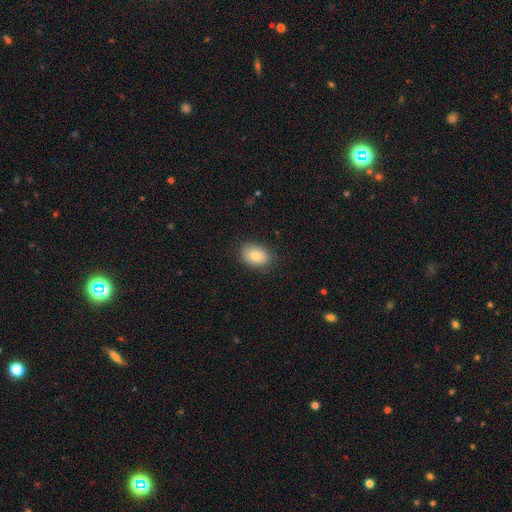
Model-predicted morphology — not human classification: This is likely a smooth galaxy (78%). How rounded: likely in between (72%). Merging: clearly none (86%).